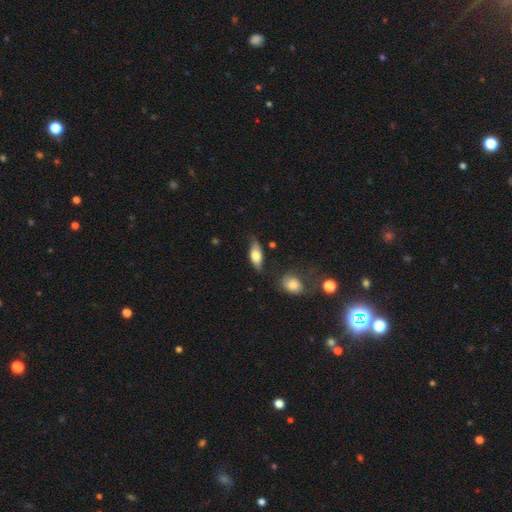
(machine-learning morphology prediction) type=smooth (64%); roundness=in between (80%); merging=none (62%).